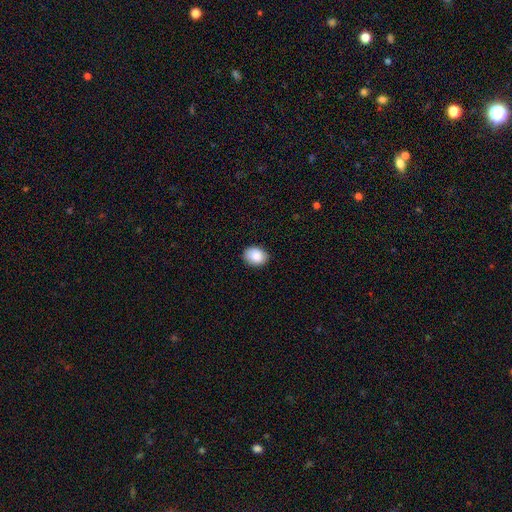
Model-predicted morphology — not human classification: Smooth or featured? Predicted: smooth (p=0.88). How rounded? Predicted: in between (p=0.60). Merging? Predicted: none (p=0.87).